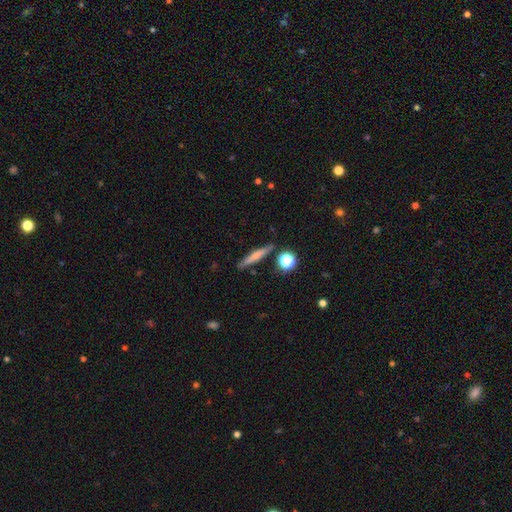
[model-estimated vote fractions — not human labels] A smooth galaxy with no disk features (57%) that is cigar-shaped (87%). Merging: none (83%).